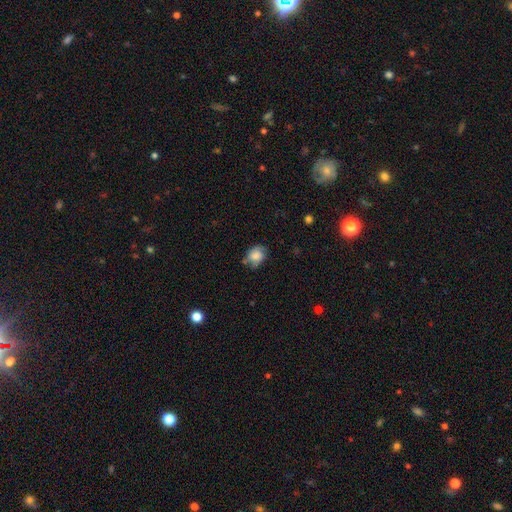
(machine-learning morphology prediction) Q: Smooth or featured?
A: smooth (75%); runner-up: featured or disk (17%)
Q: How rounded?
A: in between (54%); runner-up: round (45%)
Q: Merging?
A: none (58%); runner-up: minor disturbance (29%)